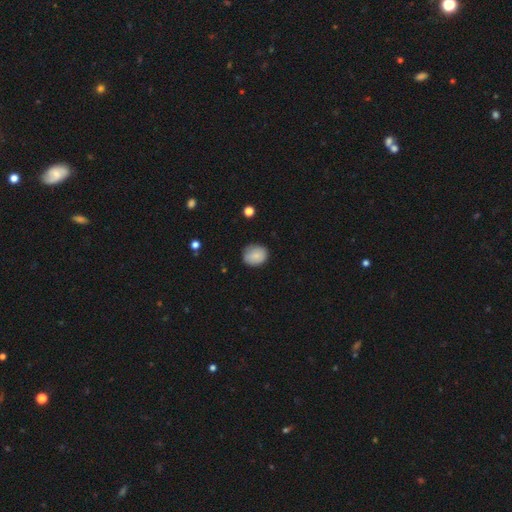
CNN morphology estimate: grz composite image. It shows a smooth galaxy with no disk features (85%) that is round (63%). Merging: none (78%).